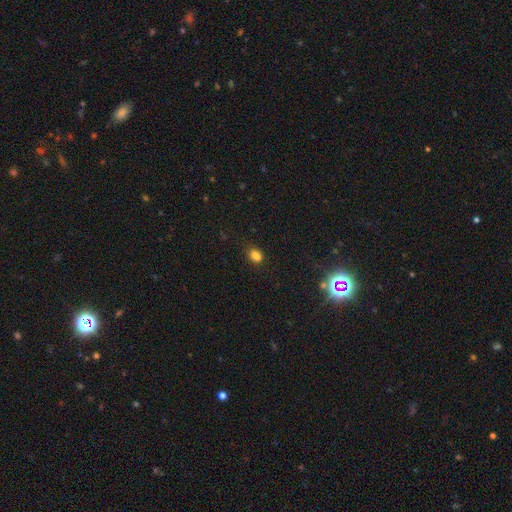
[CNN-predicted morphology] The model was most divided on "how rounded": in between: 65%, round: 34%, cigar-shaped: 2%. More confident: smooth or featured — smooth (78%); merging — none (65%).